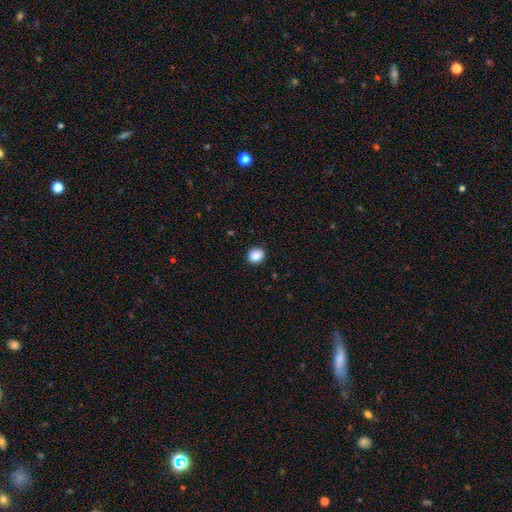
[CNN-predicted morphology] Smooth or featured? Predicted: smooth (p=0.87). How rounded? Predicted: round (p=0.75). Merging? Predicted: none (p=0.91).